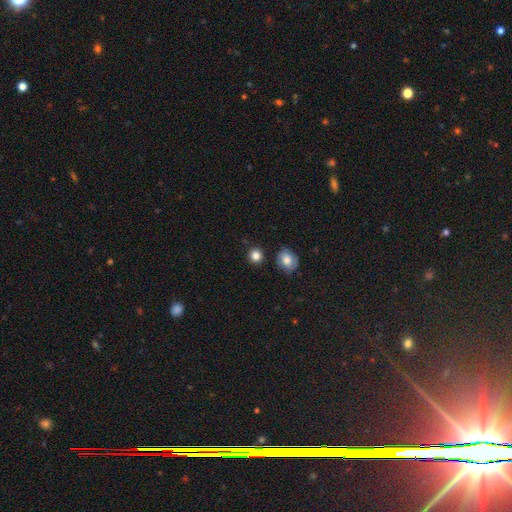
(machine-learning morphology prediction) A smooth galaxy with no disk features (85%) that is round (90%).

Vote fractions:
- Smooth or featured? smooth: 85% / star or artifact: 10% / featured or disk: 6%
- How rounded? round: 90% / in between: 9% / cigar-shaped: 1%
- Merging? none: 85% / minor disturbance: 8% / merger: 4% / major disturbance: 2%